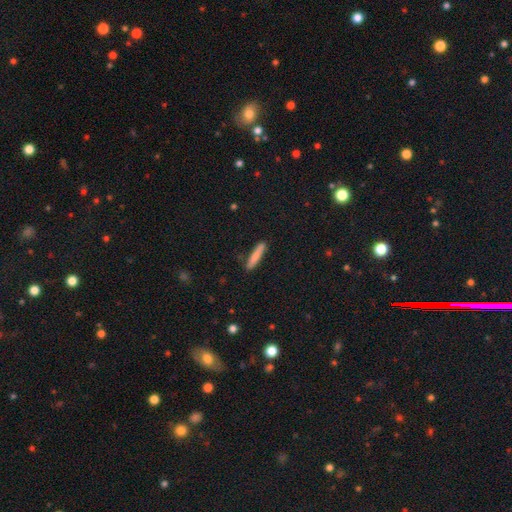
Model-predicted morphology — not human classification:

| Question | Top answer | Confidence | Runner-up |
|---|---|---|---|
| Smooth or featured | smooth | 80% | featured or disk (14%) |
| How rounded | cigar-shaped | 91% | in between (8%) |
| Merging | none | 86% | minor disturbance (10%) |